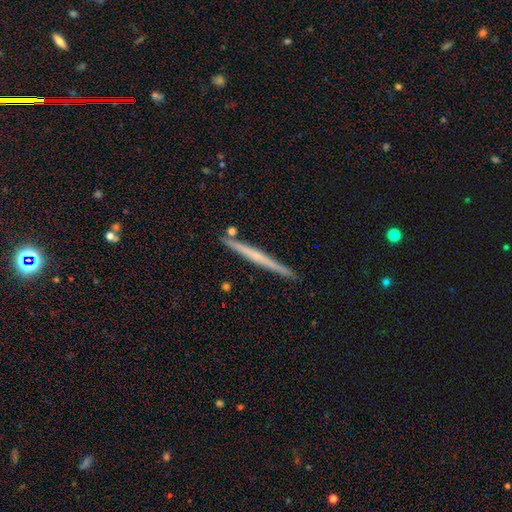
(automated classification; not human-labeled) Smooth or featured? featured or disk (55%)
Edge-on disk? yes (98%)
Edge-on bulge? none (79%)
Merging? none (89%)